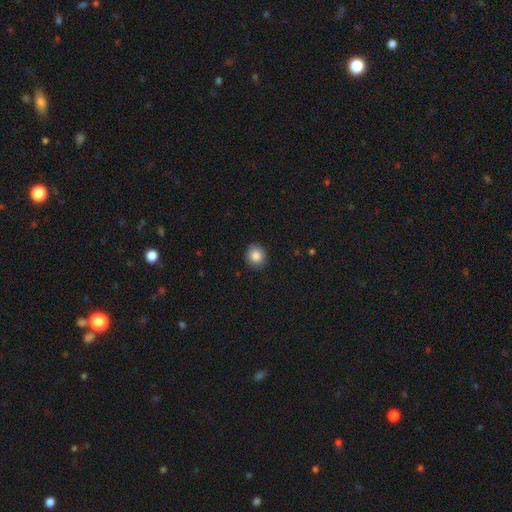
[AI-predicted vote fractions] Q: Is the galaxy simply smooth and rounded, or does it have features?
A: smooth — 86%.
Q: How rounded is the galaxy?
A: round — 88%.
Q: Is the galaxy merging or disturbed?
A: none — 89%.